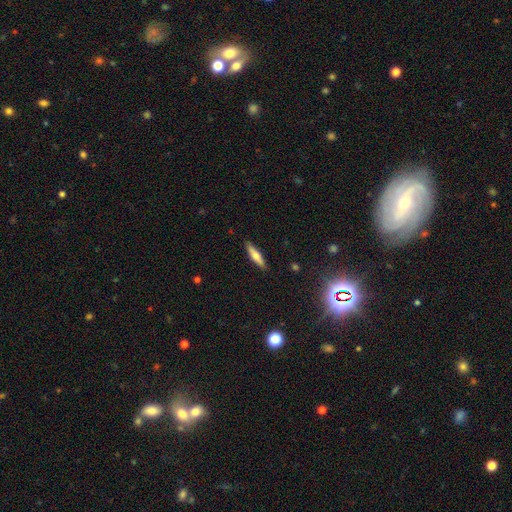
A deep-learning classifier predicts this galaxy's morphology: Q: Smooth or featured?
A: smooth (57%); runner-up: featured or disk (35%)
Q: How rounded?
A: cigar-shaped (78%); runner-up: in between (20%)
Q: Merging?
A: none (89%); runner-up: minor disturbance (8%)